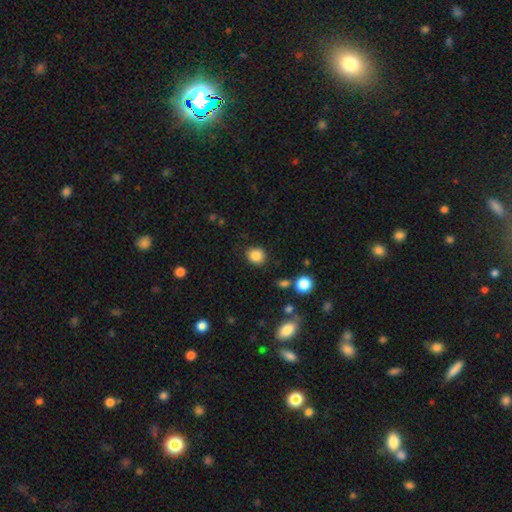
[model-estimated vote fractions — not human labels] smooth_or_featured: smooth (p=0.85) [alt: star or artifact p=0.10]
how_rounded: round (p=0.82) [alt: in between p=0.17]
merging: none (p=0.86) [alt: minor disturbance p=0.09]